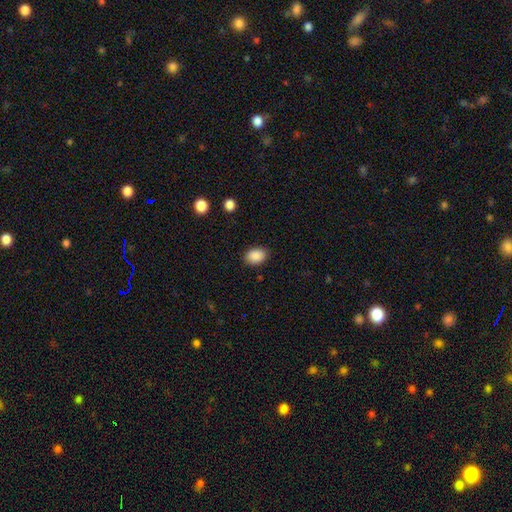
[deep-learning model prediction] smooth-or-featured: smooth: 89% | star or artifact: 8% | featured or disk: 3%
  how-rounded: in between: 70% | round: 29% | cigar-shaped: 1%
  merging: none: 86% | minor disturbance: 10% | major disturbance: 3% | merger: 1%